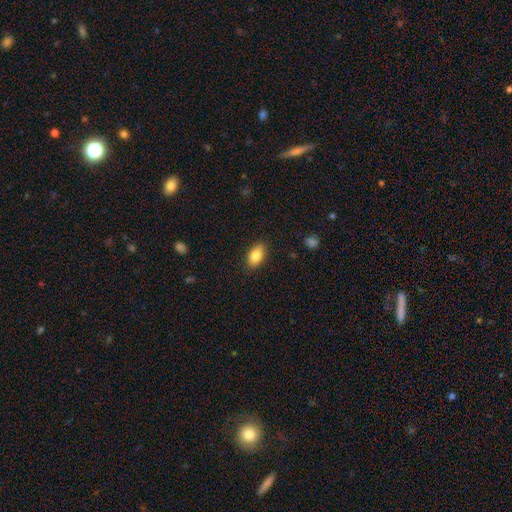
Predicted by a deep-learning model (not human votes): A smooth galaxy with no disk features (85%) that is in between round and cigar-shaped (90%). Merging: none (86%).